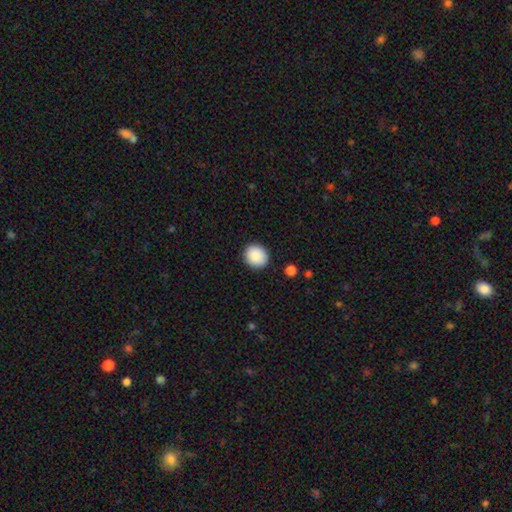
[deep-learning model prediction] Morphology: type=smooth (89%); roundness=round (80%); merging=none (90%).